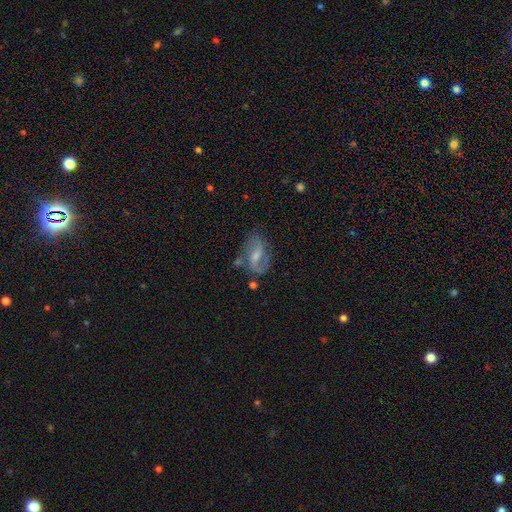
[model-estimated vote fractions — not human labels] smooth_or_featured: featured or disk (p=0.67) [alt: smooth p=0.22]
disk_edge_on: no (p=0.94) [alt: yes p=0.06]
bar: weak (p=0.49) [alt: no p=0.29]
has_spiral_arms: yes (p=0.83) [alt: no p=0.17]
spiral_winding: medium (p=0.42) [alt: loose p=0.38]
spiral_arm_count: 2 (p=0.70) [alt: can't tell p=0.14]
bulge_size: small (p=0.48) [alt: moderate p=0.39]
merging: none (p=0.61) [alt: minor disturbance p=0.21]